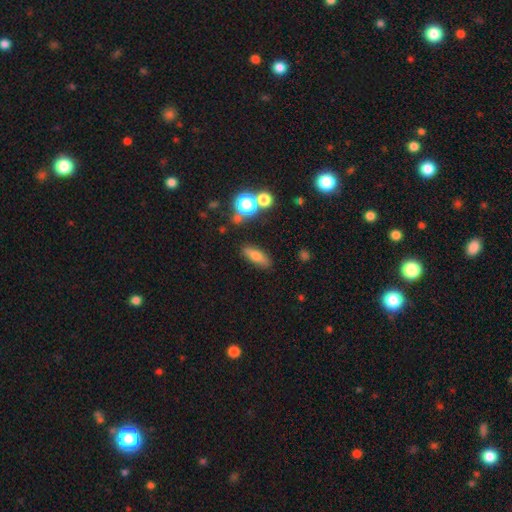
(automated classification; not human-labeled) Smooth or featured: smooth — 66% (featured or disk — 22%)
How rounded: in between — 49% (cigar-shaped — 44%)
Merging: none — 80% (minor disturbance — 11%)